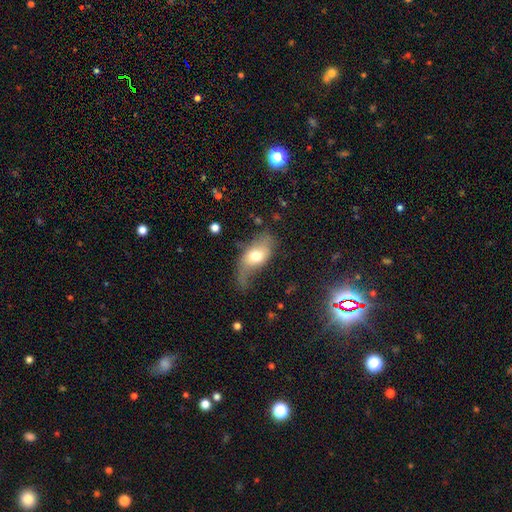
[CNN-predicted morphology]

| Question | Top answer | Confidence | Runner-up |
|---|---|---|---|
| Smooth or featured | smooth | 57% | featured or disk (35%) |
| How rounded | in between | 86% | round (9%) |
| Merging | none | 33% | tied: minor disturbance (33%) |